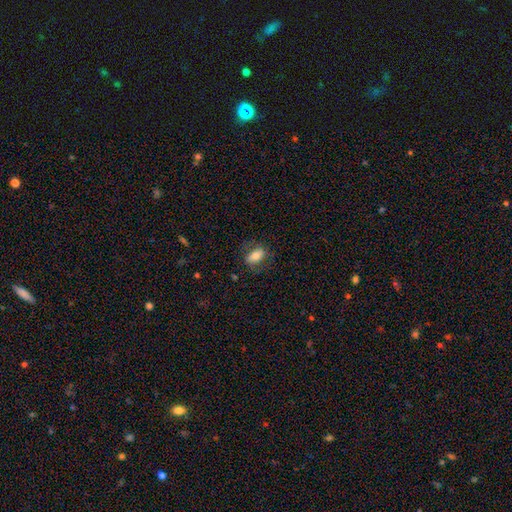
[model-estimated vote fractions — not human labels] A smooth galaxy with no disk features (68%) that is in between round and cigar-shaped (86%). Merging: none (74%).